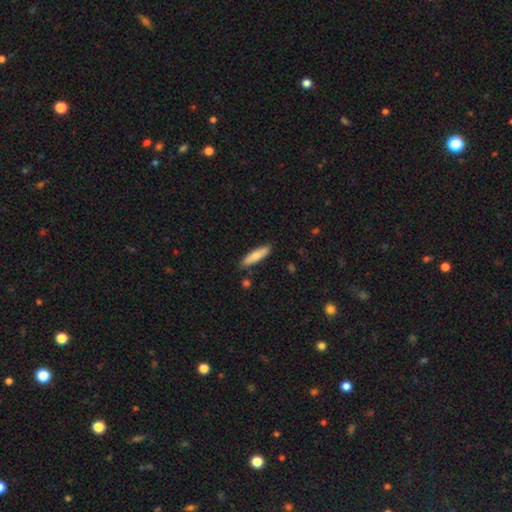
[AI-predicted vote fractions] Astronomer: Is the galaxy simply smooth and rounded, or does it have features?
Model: smooth — 73%.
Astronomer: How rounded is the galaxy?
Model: cigar-shaped — 72%.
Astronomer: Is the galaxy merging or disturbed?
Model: none — 85%.